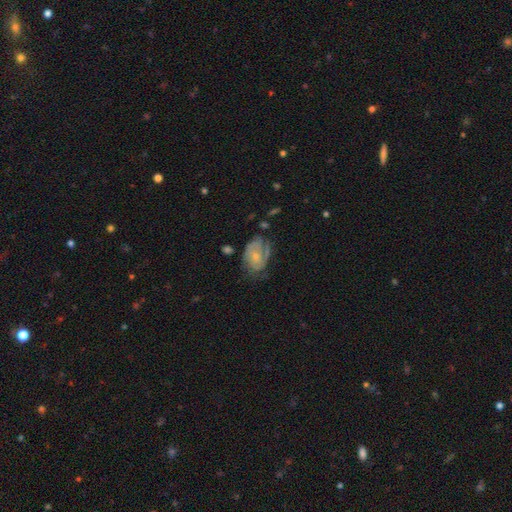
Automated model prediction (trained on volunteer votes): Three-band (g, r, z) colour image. It shows a featured or disk galaxy (70%) with no bar (75%), tight (55%) spiral arms (85%) and a small central bulge (67%). Merging: none (51%).